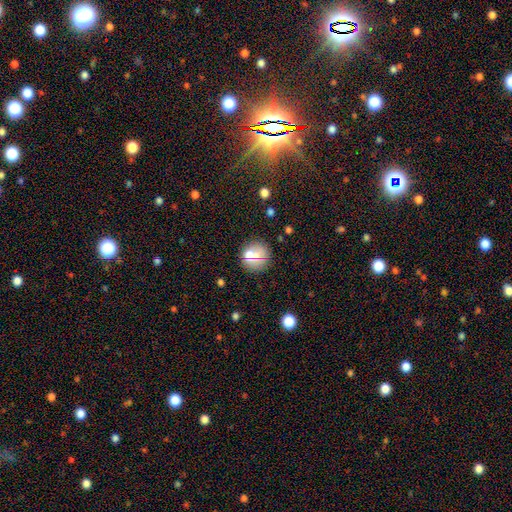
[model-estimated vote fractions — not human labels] A smooth galaxy with no disk features (65%) that is round (92%).

Vote fractions:
- Smooth or featured? smooth: 65% / featured or disk: 20% / star or artifact: 15%
- How rounded? round: 92% / in between: 7% / cigar-shaped: 1%
- Merging? none: 72% / merger: 13% / minor disturbance: 10% / major disturbance: 4%